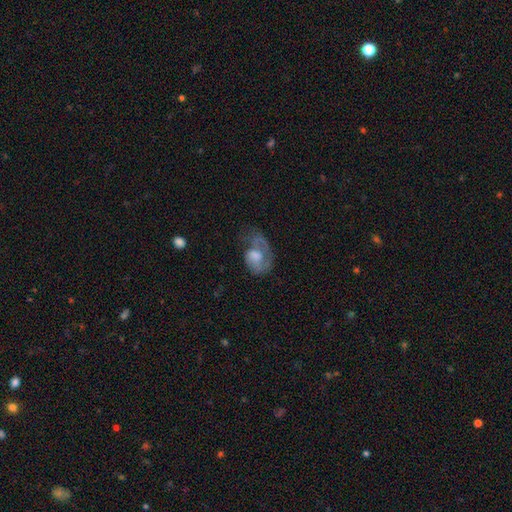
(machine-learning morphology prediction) Smooth or featured?
  - featured or disk: 55% *
  - smooth: 37%
  - star or artifact: 9%
Edge-on disk?
  - no: 97% *
  - yes: 3%
Bar?
  - no: 68% *
  - weak: 27%
  - strong: 5%
Spiral arms?
  - yes: 65% *
  - no: 35%
Bulge size?
  - moderate: 37% *
  - large: 24%
  - none: 19%
  - small: 17%
  - dominant: 3%
Merging?
  - major disturbance: 41% *
  - none: 32%
  - minor disturbance: 24%
  - merger: 3%